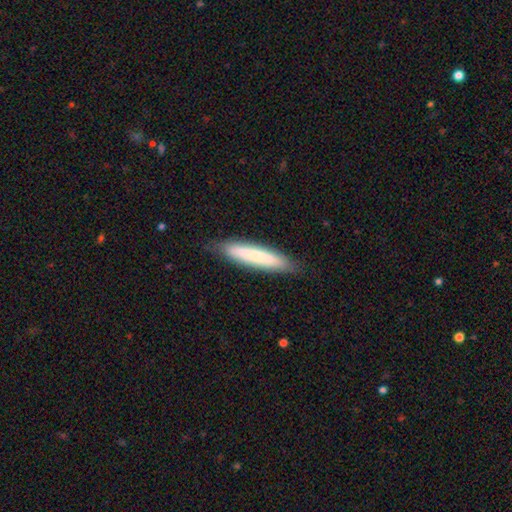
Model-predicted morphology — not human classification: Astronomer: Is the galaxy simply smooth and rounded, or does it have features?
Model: smooth — 71%.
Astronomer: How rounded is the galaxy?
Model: cigar-shaped — 88%.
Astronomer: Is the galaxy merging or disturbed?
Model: none — 85%.